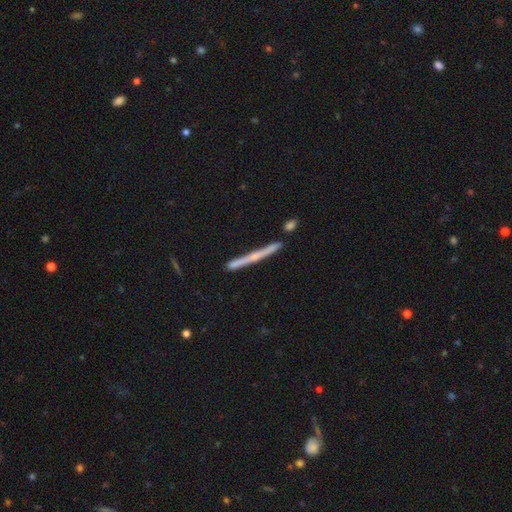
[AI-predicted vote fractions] smooth_or_featured: featured or disk (p=0.58) [alt: smooth p=0.36]
disk_edge_on: yes (p=0.97) [alt: no p=0.03]
edge_on_bulge: none (p=0.55) [alt: rounded p=0.38]
merging: none (p=0.84) [alt: minor disturbance p=0.10]